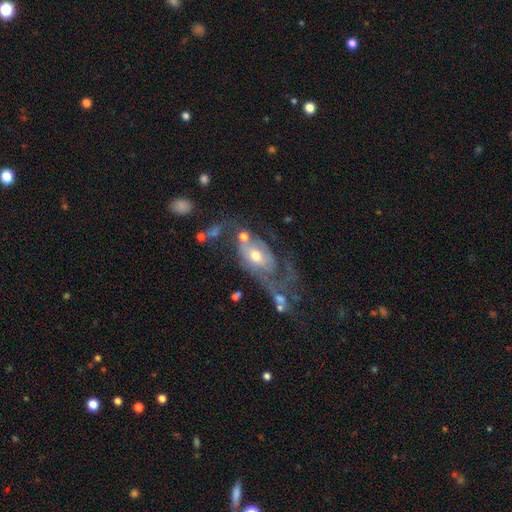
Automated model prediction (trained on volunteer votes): Smooth or featured? Predicted: featured or disk (p=0.67). Edge-on disk? Predicted: no (p=0.93). Bar? Predicted: no (p=0.64). Spiral arms? Predicted: yes (p=0.68). Bulge size? Predicted: moderate (p=0.65). Merging? Predicted: major disturbance (p=0.41).